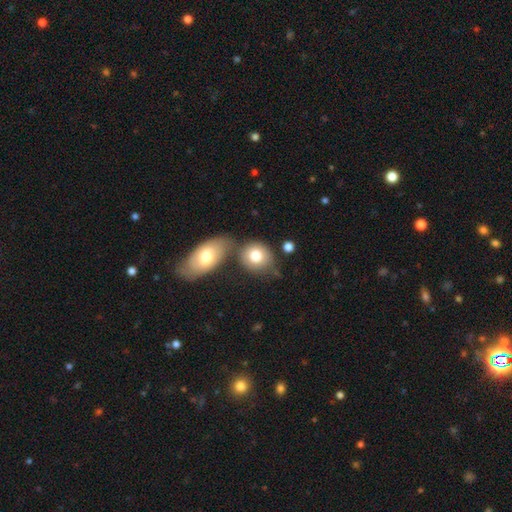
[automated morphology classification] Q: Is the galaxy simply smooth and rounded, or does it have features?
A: smooth — 79%.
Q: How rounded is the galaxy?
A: round — 63%.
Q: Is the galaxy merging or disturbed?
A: none — 51%.